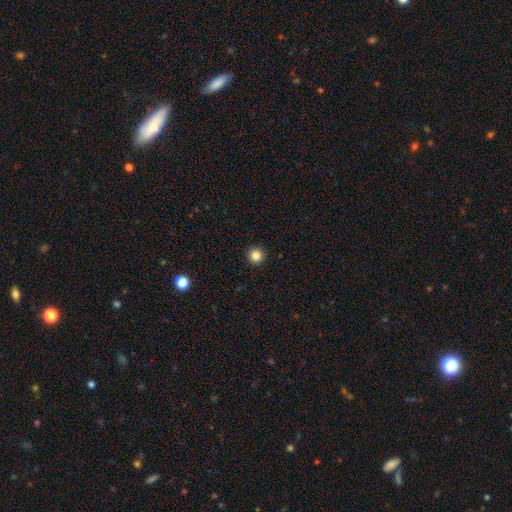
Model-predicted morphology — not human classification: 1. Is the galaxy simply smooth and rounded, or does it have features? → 85% smooth, 12% star or artifact, 4% featured or disk.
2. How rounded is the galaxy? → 96% round, 3% in between, 1% cigar-shaped.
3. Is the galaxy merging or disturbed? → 94% none, 4% minor disturbance, 1% major disturbance, 1% merger.